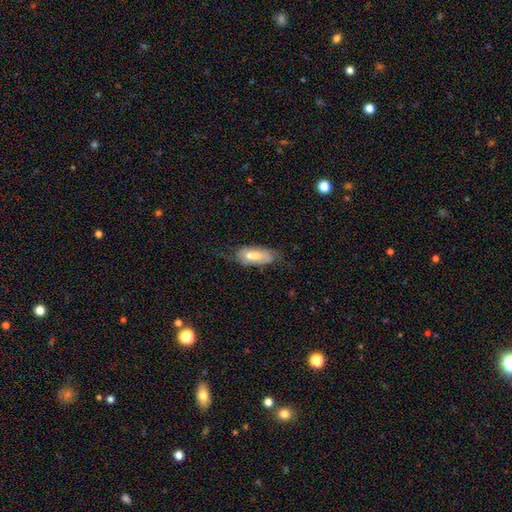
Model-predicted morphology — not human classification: A smooth galaxy with no disk features (47%). Merging: none (48%).